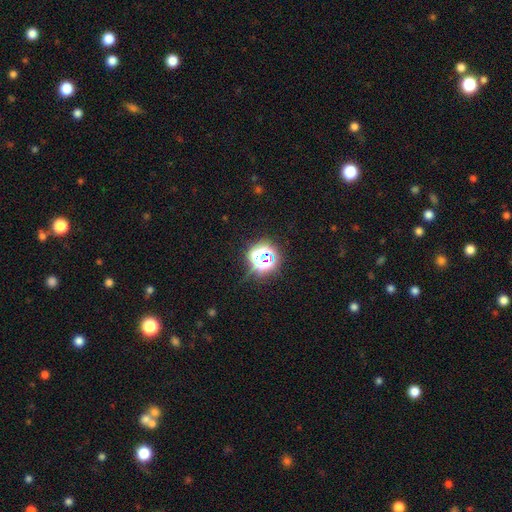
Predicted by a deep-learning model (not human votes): Q: Smooth or featured?
A: star or artifact (69%); runner-up: smooth (21%)